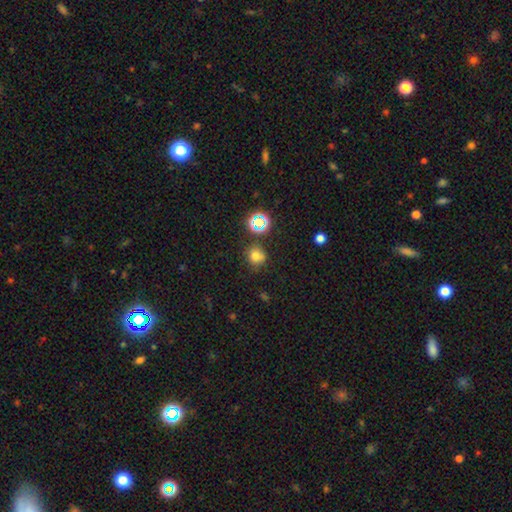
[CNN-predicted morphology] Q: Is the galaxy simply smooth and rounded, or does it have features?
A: smooth — 71%.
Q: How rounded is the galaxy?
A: round — 88%.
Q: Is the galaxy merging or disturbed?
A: none — 75%.